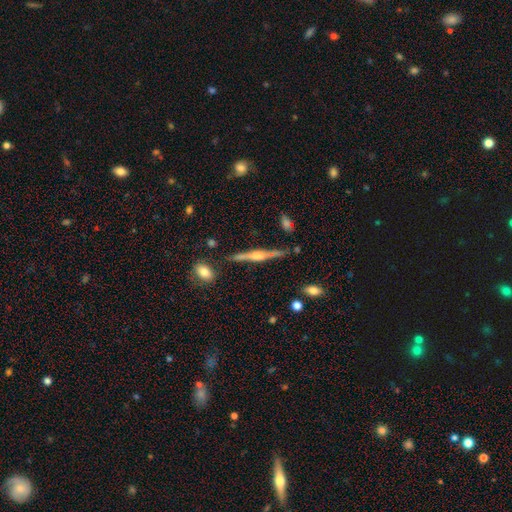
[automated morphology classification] featured or disk 82%, smooth 11%, star or artifact 7%. Down the decision tree: edge-on disk — yes (98%); edge-on bulge — rounded (87%); merging — none (84%).